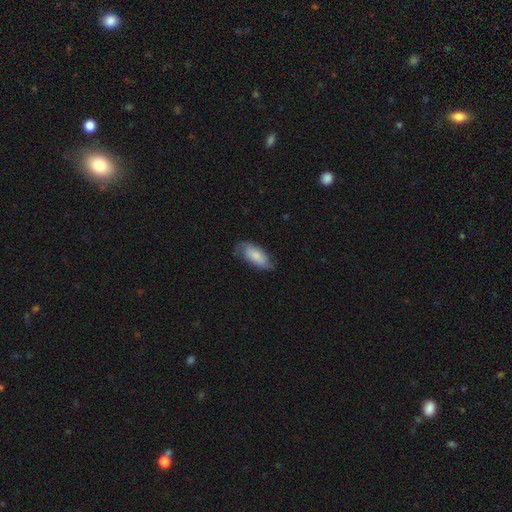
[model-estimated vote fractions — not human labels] Morphology: type=smooth (70%); roundness=in between (87%); merging=none (63%).